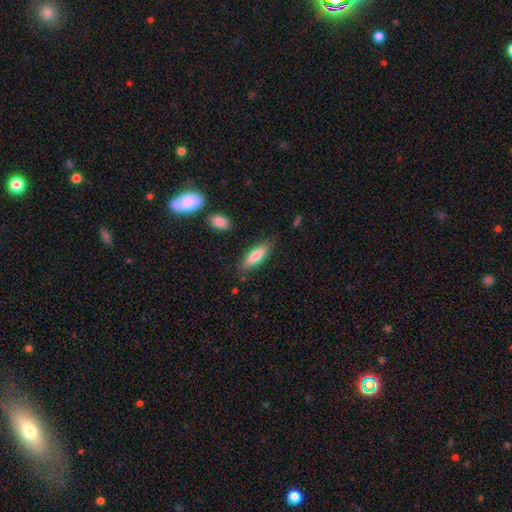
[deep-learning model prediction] Morphology: type=smooth (78%); roundness=in between (51%); merging=none (83%).